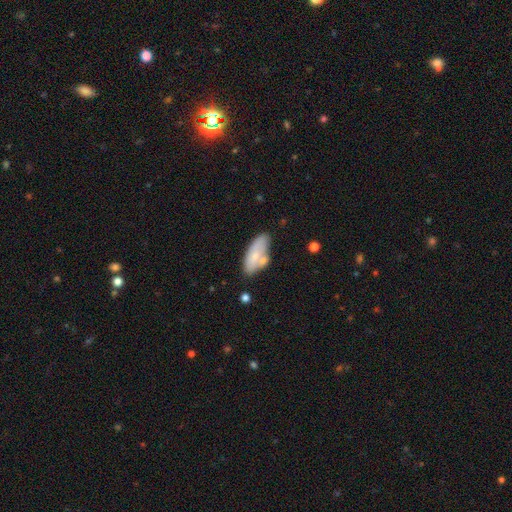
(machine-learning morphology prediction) Smooth or featured? Predicted: smooth (p=0.70). How rounded? Predicted: in between (p=0.82). Merging? Predicted: none (p=0.53).